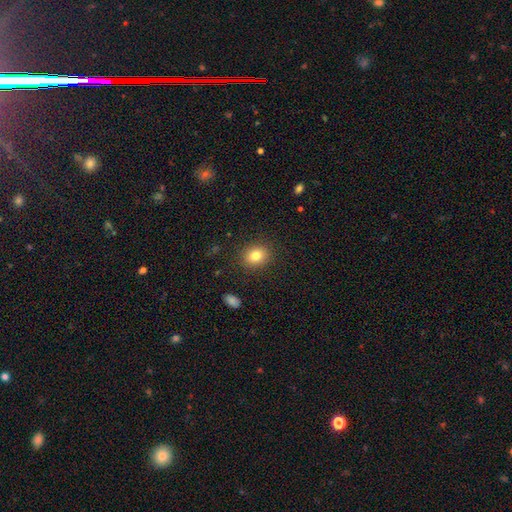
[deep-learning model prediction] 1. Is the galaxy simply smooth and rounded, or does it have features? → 81% smooth, 11% star or artifact, 8% featured or disk.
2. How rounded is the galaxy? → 64% round, 36% in between, 1% cigar-shaped.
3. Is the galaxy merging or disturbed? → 88% none, 8% minor disturbance, 3% major disturbance, 1% merger.